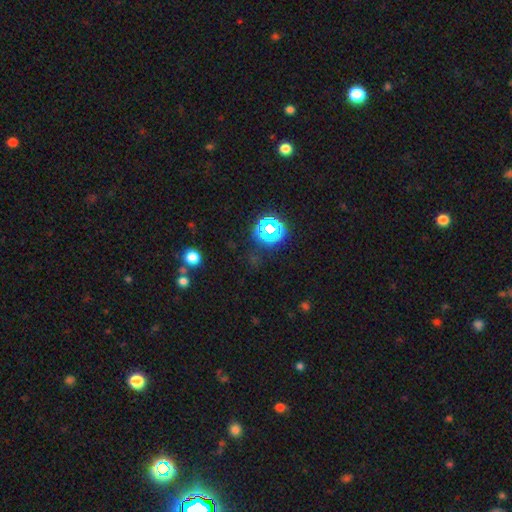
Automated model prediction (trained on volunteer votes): star or artifact 66%, smooth 25%, featured or disk 8%.